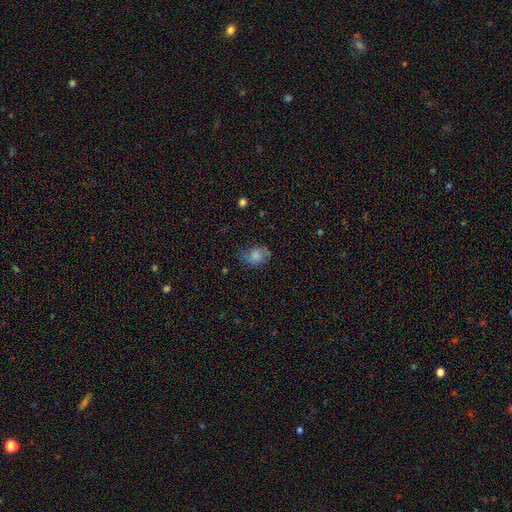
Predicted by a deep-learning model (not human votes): A smooth galaxy with no disk features (73%) that is in between round and cigar-shaped (71%). Merging: none (62%).